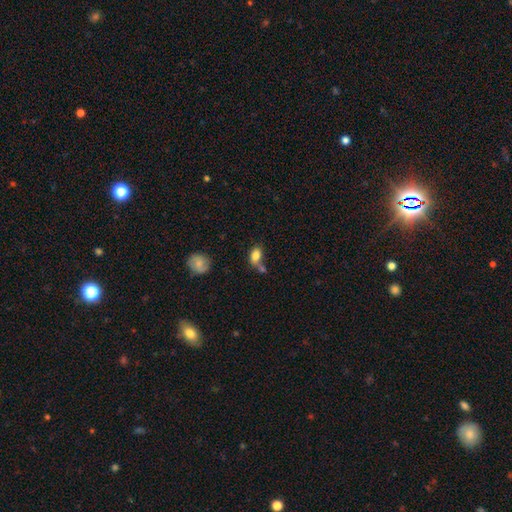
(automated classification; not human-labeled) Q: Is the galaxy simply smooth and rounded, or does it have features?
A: smooth — 82%.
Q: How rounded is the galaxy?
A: in between — 83%.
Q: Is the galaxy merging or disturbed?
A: none — 43%.